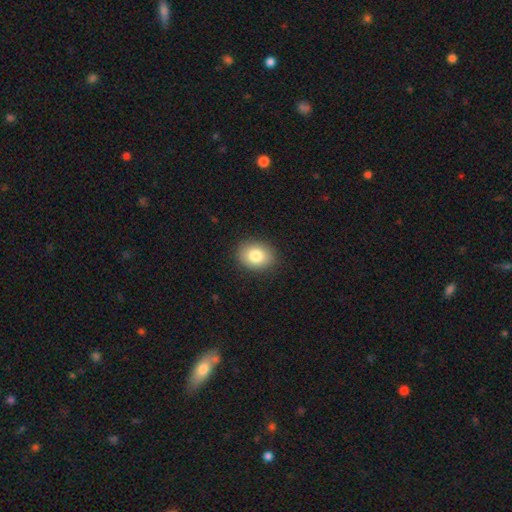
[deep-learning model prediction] A smooth galaxy with no disk features (82%) that is in between round and cigar-shaped (55%).

Vote fractions:
- Smooth or featured? smooth: 82% / featured or disk: 9% / star or artifact: 9%
- How rounded? in between: 55% / round: 45% / cigar-shaped: 1%
- Merging? none: 89% / minor disturbance: 8% / major disturbance: 2% / merger: 1%